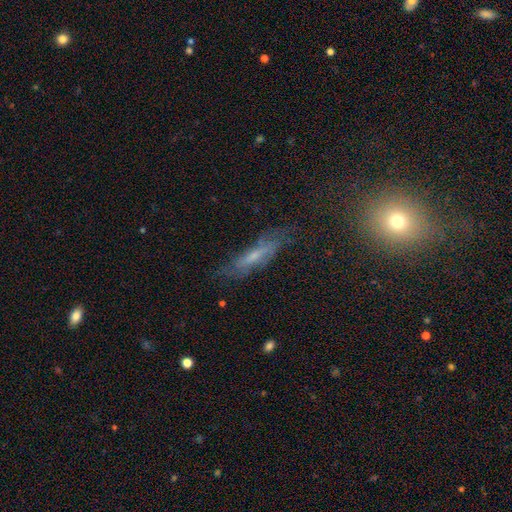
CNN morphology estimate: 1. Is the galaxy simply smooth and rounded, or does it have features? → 47% featured or disk, 36% smooth, 17% star or artifact.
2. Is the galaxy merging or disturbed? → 74% none, 17% minor disturbance, 6% major disturbance, 2% merger.